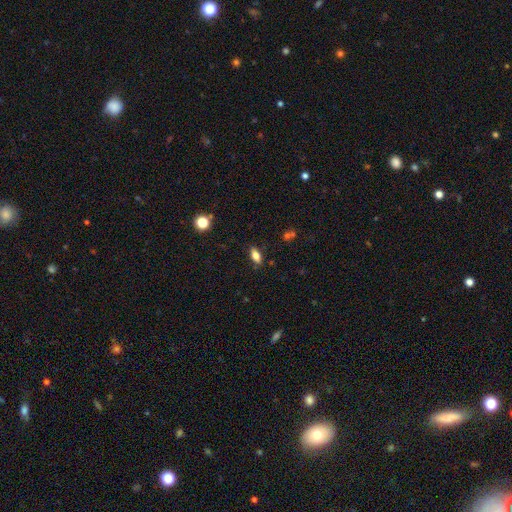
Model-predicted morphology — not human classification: type=smooth (76%); roundness=in between (85%); merging=none (85%).